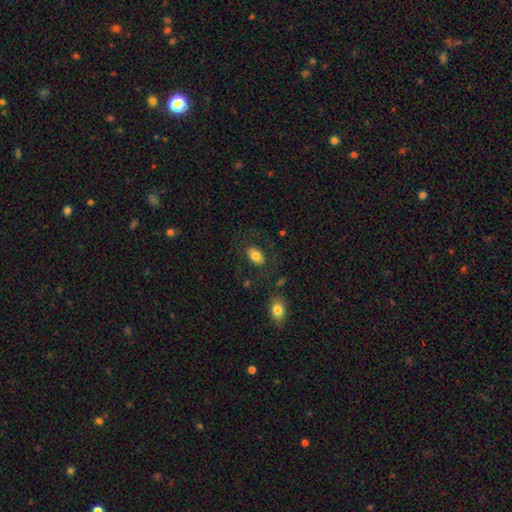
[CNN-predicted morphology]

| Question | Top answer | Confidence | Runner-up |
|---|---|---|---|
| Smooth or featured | smooth | 78% | featured or disk (14%) |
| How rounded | in between | 87% | round (12%) |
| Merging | none | 78% | minor disturbance (12%) |